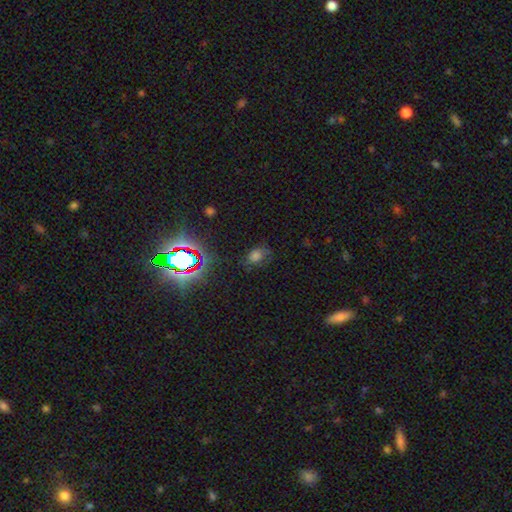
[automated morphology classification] Overall: smooth (56%; star or artifact 33%). How rounded: in between (61%; round 37%). Merging: none (66%).